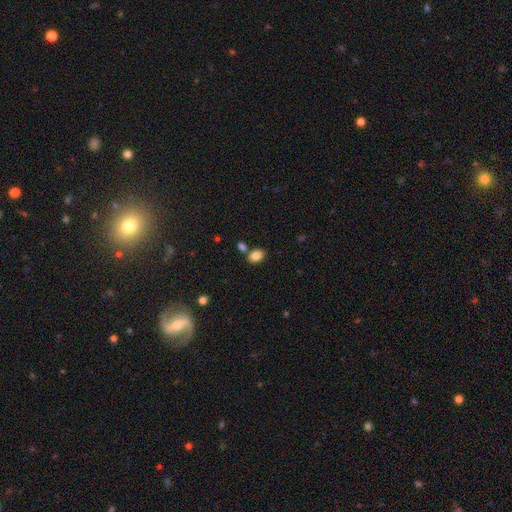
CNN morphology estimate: The model was most divided on "merging": none: 69%, merger: 16%, minor disturbance: 12%, major disturbance: 3%. More confident: smooth or featured — smooth (84%); how rounded — in between (79%).